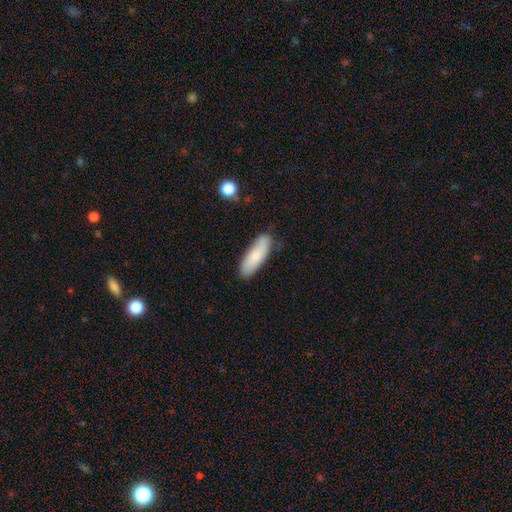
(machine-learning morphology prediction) Q: Smooth or featured?
A: smooth (77%); runner-up: featured or disk (17%)
Q: How rounded?
A: in between (57%); runner-up: cigar-shaped (41%)
Q: Merging?
A: none (80%); runner-up: minor disturbance (16%)